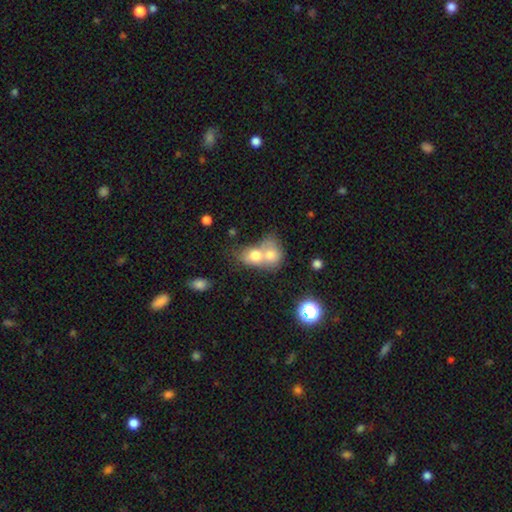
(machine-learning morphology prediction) smooth_or_featured: smooth (p=0.70) [alt: featured or disk p=0.21]
how_rounded: round (p=0.50) [alt: in between p=0.49]
merging: merger (p=0.76) [alt: none p=0.15]